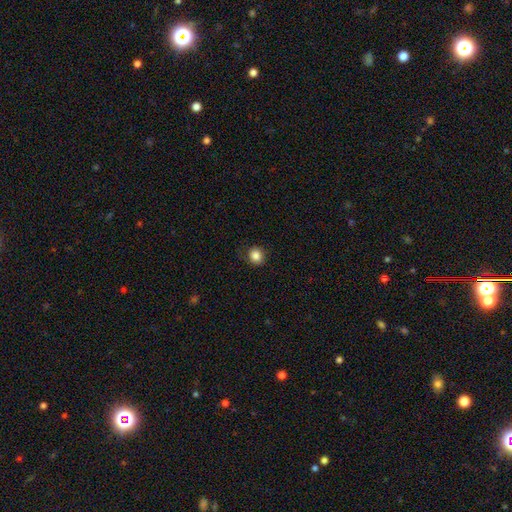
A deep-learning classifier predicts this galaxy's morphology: smooth-or-featured: smooth: 85% | star or artifact: 10% | featured or disk: 5%
  how-rounded: round: 83% | in between: 16% | cigar-shaped: 1%
  merging: none: 83% | minor disturbance: 12% | major disturbance: 3% | merger: 1%